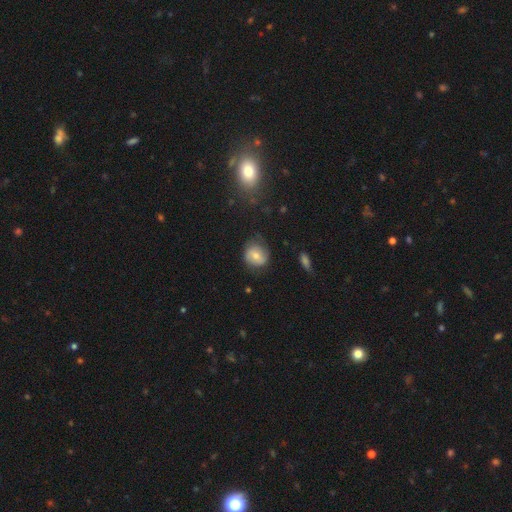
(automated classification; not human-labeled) A smooth galaxy with no disk features (58%) that is round (78%). Merging: none (69%).